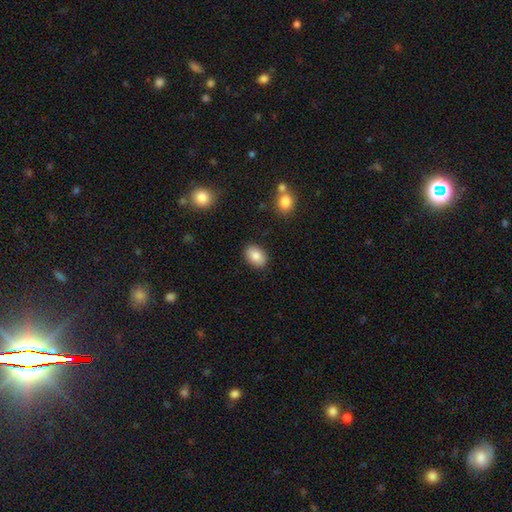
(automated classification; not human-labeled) This is clearly a smooth galaxy (85%). How rounded: clearly in between (83%). Merging: clearly none (87%).